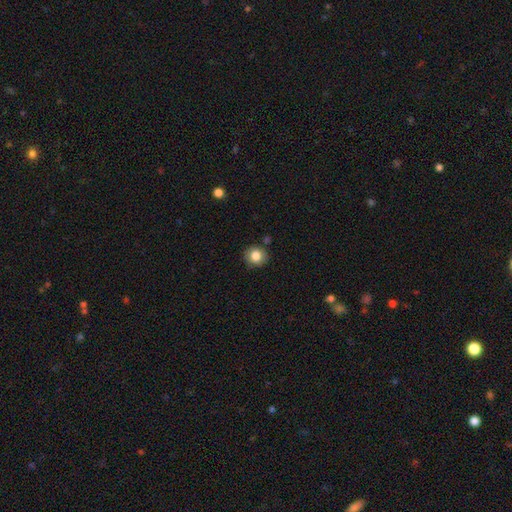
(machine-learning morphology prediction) The model was most divided on "smooth or featured": smooth: 83%, star or artifact: 9%, featured or disk: 8%. More confident: how rounded — round (87%); merging — none (85%).